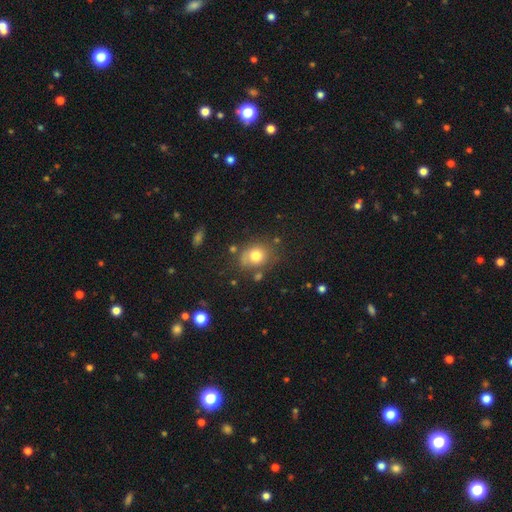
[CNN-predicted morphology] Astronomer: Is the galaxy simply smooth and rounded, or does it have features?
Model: smooth — 75%.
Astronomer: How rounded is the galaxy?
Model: round — 62% (runner-up: in between, 37%).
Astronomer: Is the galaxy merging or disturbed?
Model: none — 66%.